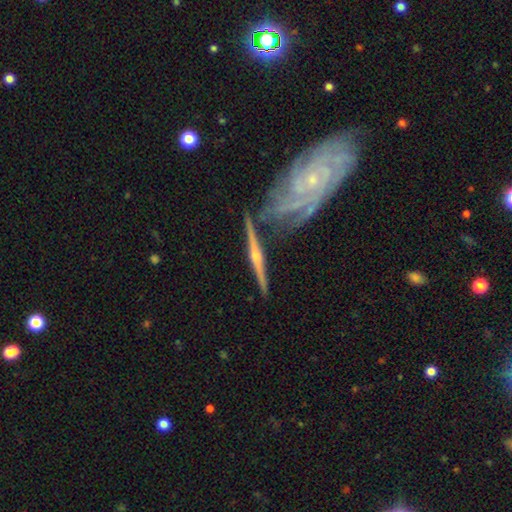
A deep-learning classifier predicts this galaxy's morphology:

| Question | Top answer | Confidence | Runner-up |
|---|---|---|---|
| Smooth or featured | featured or disk | 84% | smooth (11%) |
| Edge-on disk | yes | 95% | no (5%) |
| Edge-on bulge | rounded | 89% | none (6%) |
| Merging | none | 75% | minor disturbance (12%) |